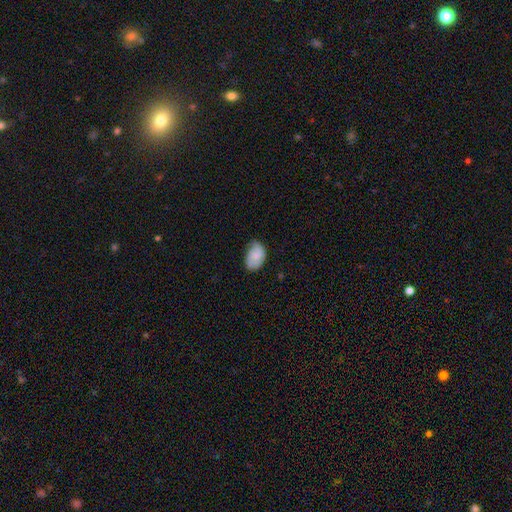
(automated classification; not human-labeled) smooth-or-featured: smooth: 61% | featured or disk: 32% | star or artifact: 7%
  how-rounded: in between: 84% | round: 15% | cigar-shaped: 1%
  merging: none: 56% | minor disturbance: 33% | major disturbance: 9% | merger: 1%